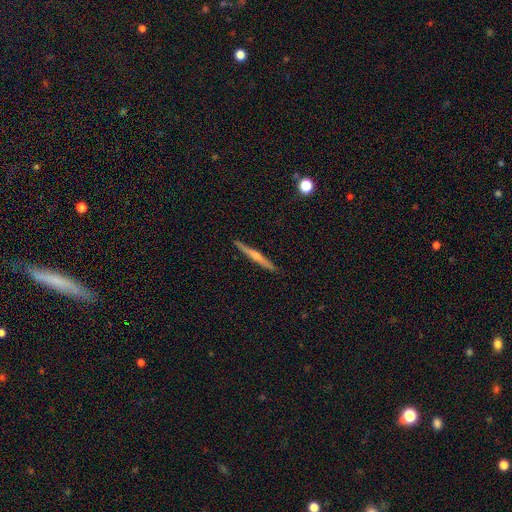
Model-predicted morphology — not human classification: smooth_or_featured: featured or disk (p=0.68) [alt: smooth p=0.23]
disk_edge_on: yes (p=0.97) [alt: no p=0.03]
edge_on_bulge: rounded (p=0.71) [alt: none p=0.22]
merging: none (p=0.91) [alt: minor disturbance p=0.06]